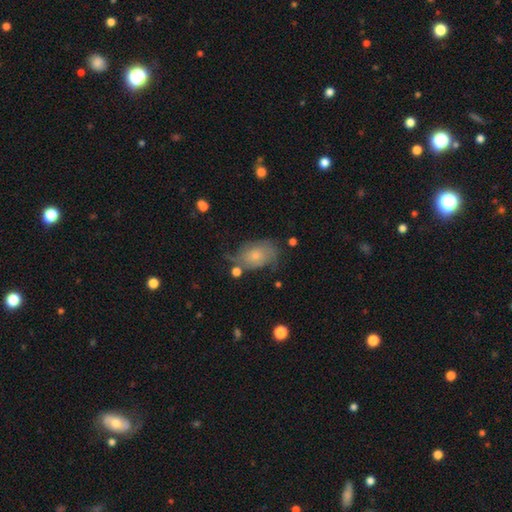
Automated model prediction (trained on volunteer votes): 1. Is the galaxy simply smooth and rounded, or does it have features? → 46% smooth, 44% featured or disk, 9% star or artifact.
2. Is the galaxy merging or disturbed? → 46% none, 31% minor disturbance, 18% major disturbance, 5% merger.